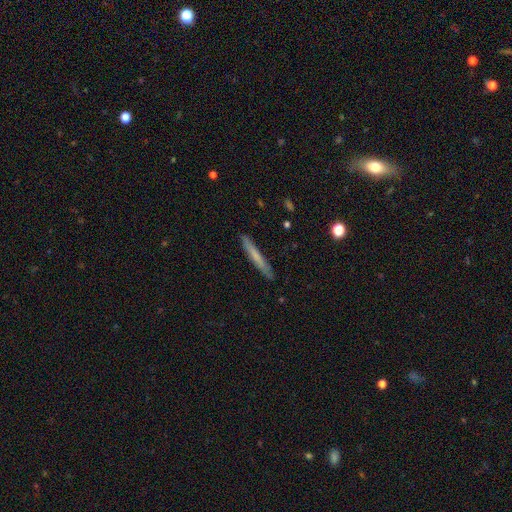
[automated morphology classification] Overall: smooth (63%; featured or disk 31%). How rounded: cigar-shaped (96%). Merging: none (89%).